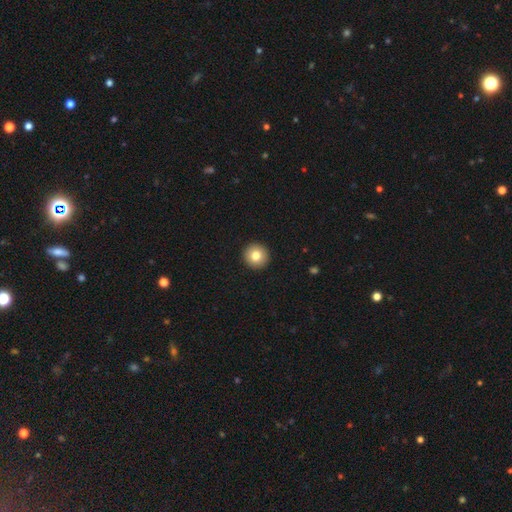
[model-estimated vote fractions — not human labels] smooth_or_featured: smooth (p=0.80) [alt: featured or disk p=0.11]
how_rounded: round (p=0.96) [alt: in between p=0.03]
merging: none (p=0.94) [alt: minor disturbance p=0.04]